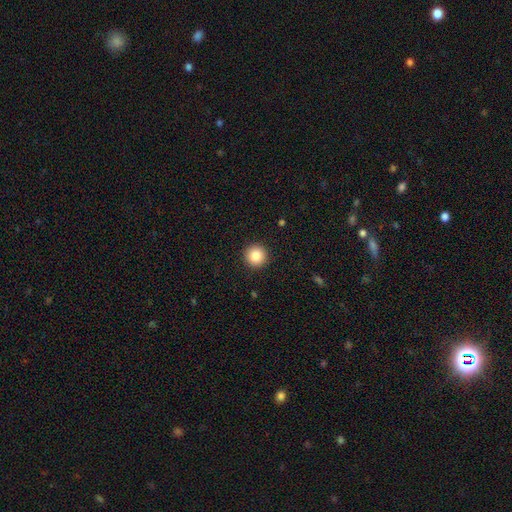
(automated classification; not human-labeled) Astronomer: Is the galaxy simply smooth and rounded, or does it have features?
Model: smooth — 85%.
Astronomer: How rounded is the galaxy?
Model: round — 96%.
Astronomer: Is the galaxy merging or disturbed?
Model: none — 93%.